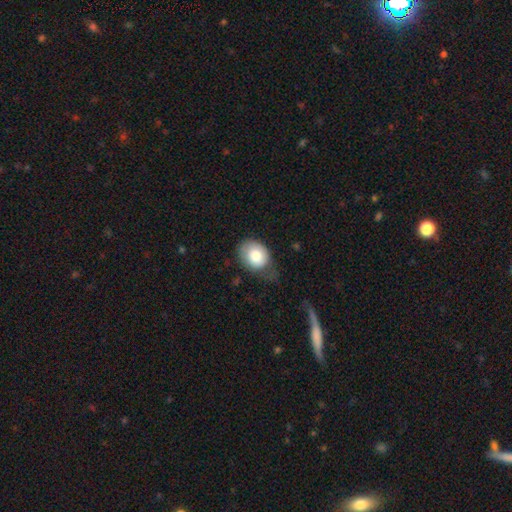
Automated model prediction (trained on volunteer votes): A smooth galaxy with no disk features (80%) that is in between round and cigar-shaped (55%).

Vote fractions:
- Smooth or featured? smooth: 80% / featured or disk: 12% / star or artifact: 7%
- How rounded? in between: 55% / round: 44% / cigar-shaped: 1%
- Merging? none: 48% / minor disturbance: 34% / major disturbance: 16% / merger: 2%